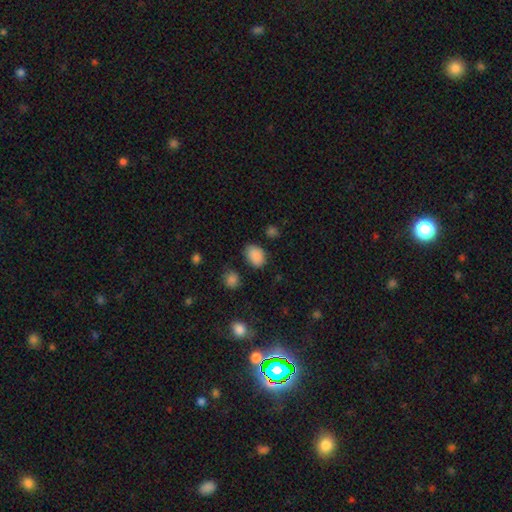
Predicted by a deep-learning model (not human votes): Overall: smooth (86%). How rounded: in between (72%). Merging: none (76%).